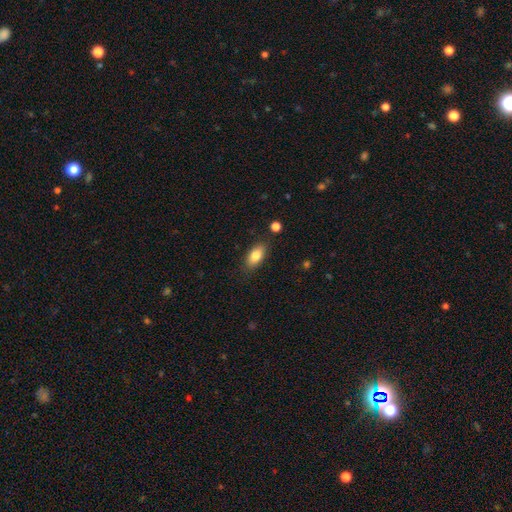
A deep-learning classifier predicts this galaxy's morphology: type=smooth (83%); roundness=in between (88%); merging=none (83%).